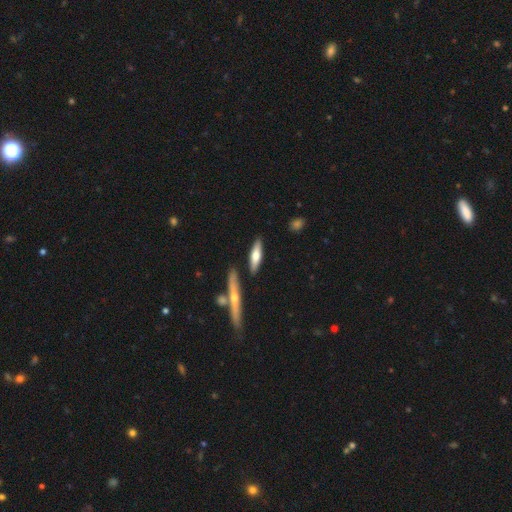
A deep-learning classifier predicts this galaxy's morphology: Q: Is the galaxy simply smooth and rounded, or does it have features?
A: smooth — 60%.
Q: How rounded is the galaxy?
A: cigar-shaped — 66%.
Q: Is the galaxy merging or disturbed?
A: none — 82%.